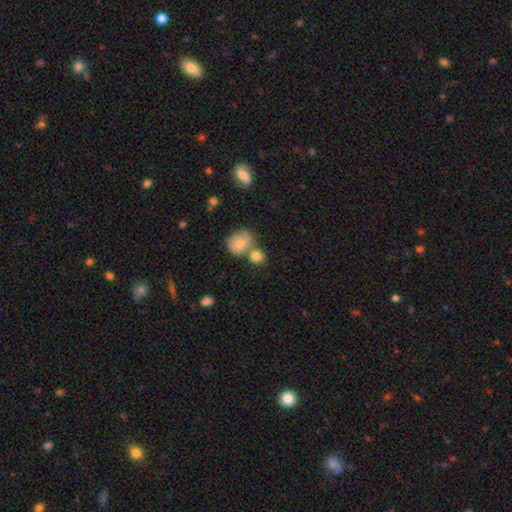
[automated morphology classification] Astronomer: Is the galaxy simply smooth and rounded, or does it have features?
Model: smooth — 81%.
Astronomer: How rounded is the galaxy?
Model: round — 75%.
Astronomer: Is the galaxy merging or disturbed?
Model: none — 45% (runner-up: merger, 42%).